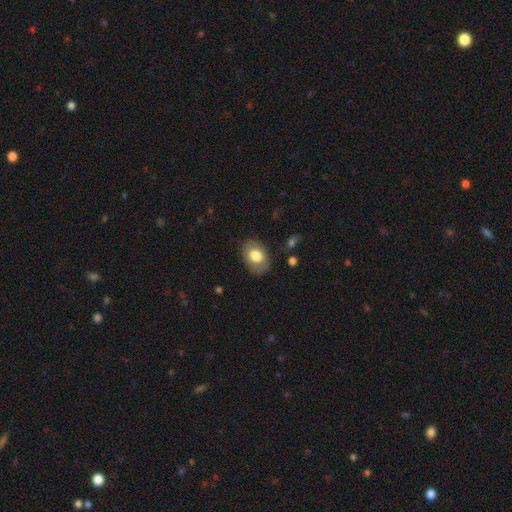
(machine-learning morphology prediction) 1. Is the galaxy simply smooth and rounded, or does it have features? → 75% smooth, 18% featured or disk, 7% star or artifact.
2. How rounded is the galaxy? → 78% in between, 21% round, 1% cigar-shaped.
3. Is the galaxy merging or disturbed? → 84% none, 12% minor disturbance, 3% major disturbance, 1% merger.